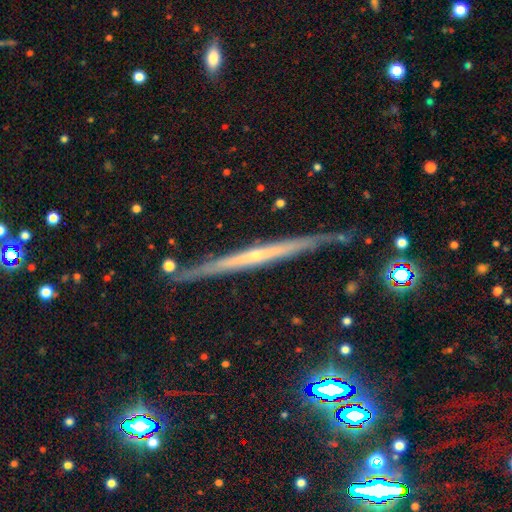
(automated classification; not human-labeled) A featured or disk galaxy (77%) viewed edge-on (96%) with no central bulge (59%).

Vote fractions:
- Smooth or featured? featured or disk: 77% / smooth: 15% / star or artifact: 9%
- Edge-on disk? yes: 96% / no: 4%
- Edge-on bulge? none: 59% / rounded: 36% / boxy: 4%
- Merging? none: 85% / minor disturbance: 11% / merger: 2% / major disturbance: 2%